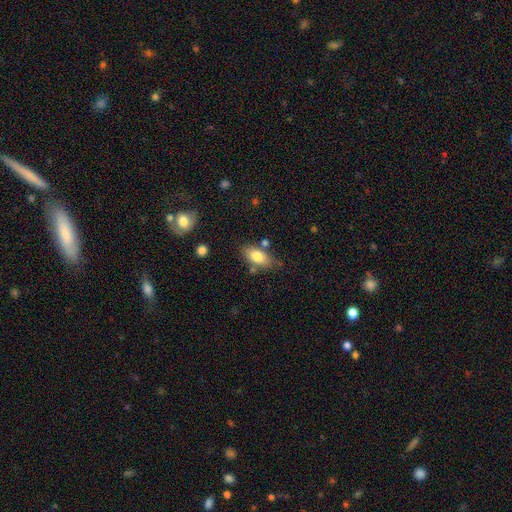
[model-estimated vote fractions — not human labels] Overall: smooth (79%). How rounded: in between (89%). Merging: none (74%).